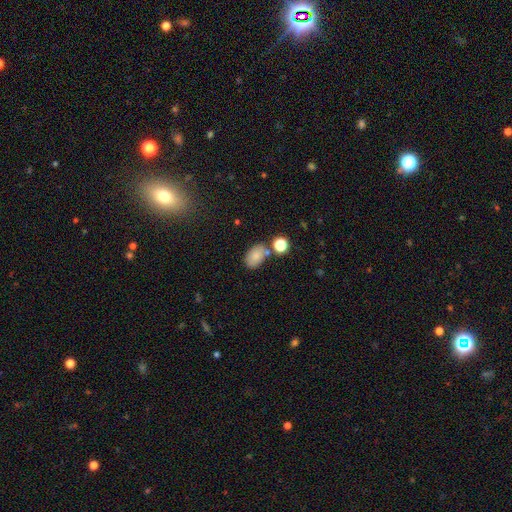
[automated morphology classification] A smooth galaxy with no disk features (81%) that is in between round and cigar-shaped (88%). Merging: none (69%).